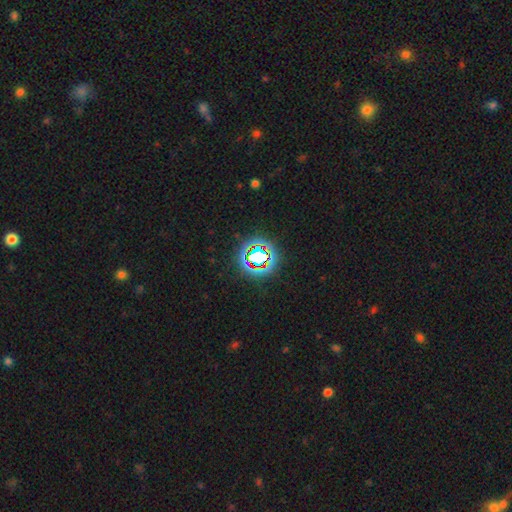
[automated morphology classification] Q: Smooth or featured?
A: star or artifact (75%); runner-up: smooth (16%)